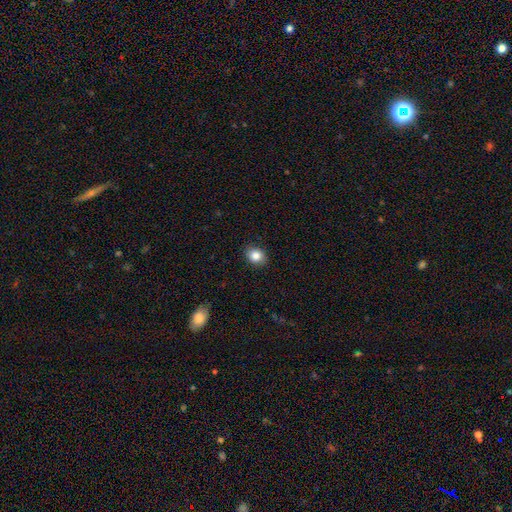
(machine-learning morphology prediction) Smooth or featured: smooth — 85% (star or artifact — 9%)
How rounded: round — 58% (in between — 41%)
Merging: none — 88% (minor disturbance — 9%)